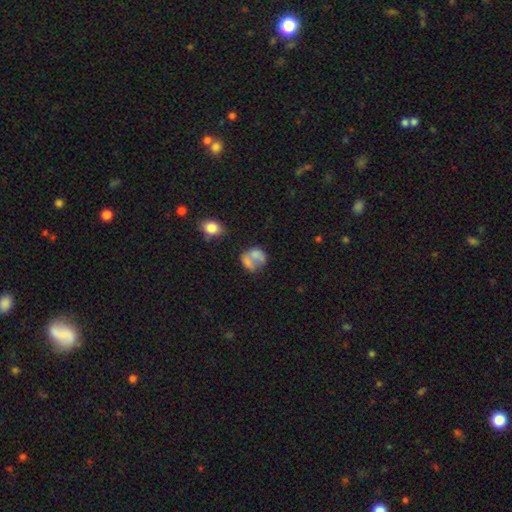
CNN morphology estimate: This appears to be a smooth galaxy with no disk features (59%) that is round (57%). Merging: merger (42%).